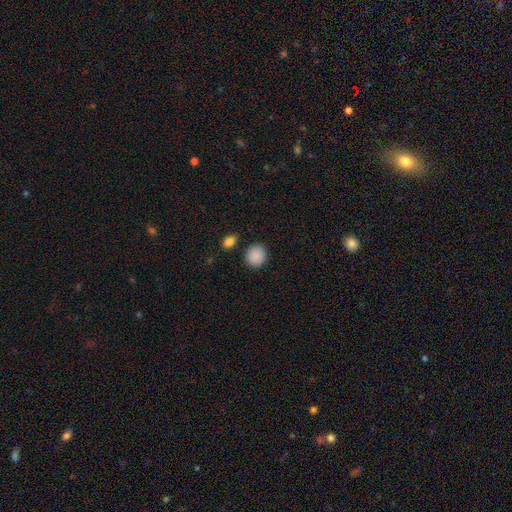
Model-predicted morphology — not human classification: Smooth or featured?
  - smooth: 89% *
  - star or artifact: 8%
  - featured or disk: 3%
How rounded?
  - round: 84% *
  - in between: 15%
  - cigar-shaped: 1%
Merging?
  - none: 86% *
  - minor disturbance: 8%
  - major disturbance: 3%
  - merger: 2%